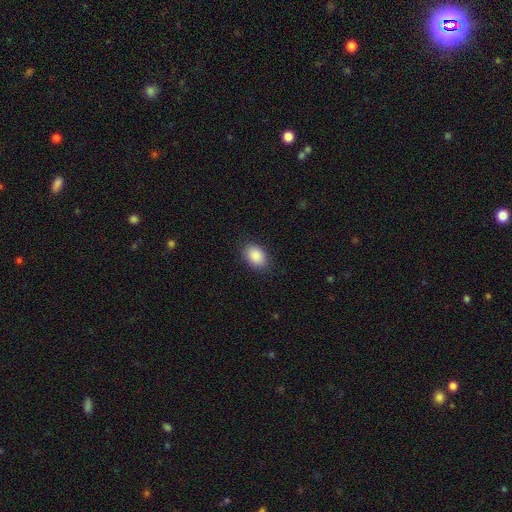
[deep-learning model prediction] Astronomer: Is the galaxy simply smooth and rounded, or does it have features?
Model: smooth — 89%.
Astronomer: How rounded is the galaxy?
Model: in between — 83%.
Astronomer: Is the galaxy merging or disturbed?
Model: none — 86%.